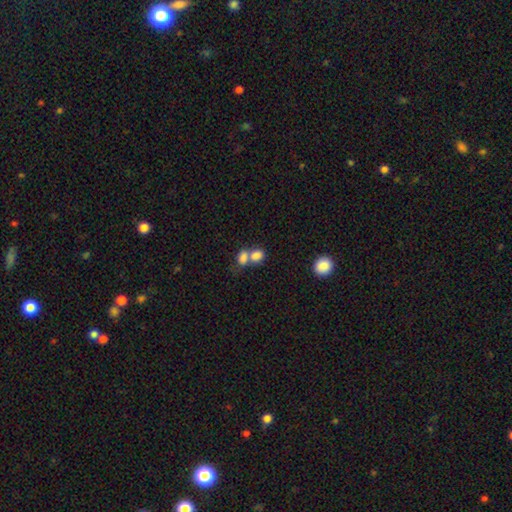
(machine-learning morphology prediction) Q: Smooth or featured?
A: smooth (82%); runner-up: featured or disk (9%)
Q: How rounded?
A: in between (64%); runner-up: round (35%)
Q: Merging?
A: merger (62%); runner-up: none (27%)